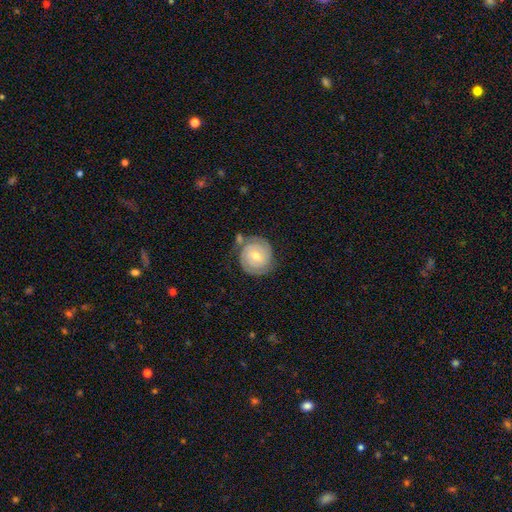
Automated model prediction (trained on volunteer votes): Q: Smooth or featured?
A: featured or disk (76%); runner-up: smooth (19%)
Q: Edge-on disk?
A: no (98%); runner-up: yes (2%)
Q: Bar?
A: weak (47%); runner-up: no (42%)
Q: Spiral arms?
A: yes (92%); runner-up: no (8%)
Q: Spiral winding?
A: tight (80%); runner-up: medium (16%)
Q: Spiral arm count?
A: 2 (65%); runner-up: can't tell (18%)
Q: Bulge size?
A: moderate (62%); runner-up: small (34%)
Q: Merging?
A: none (71%); runner-up: minor disturbance (16%)